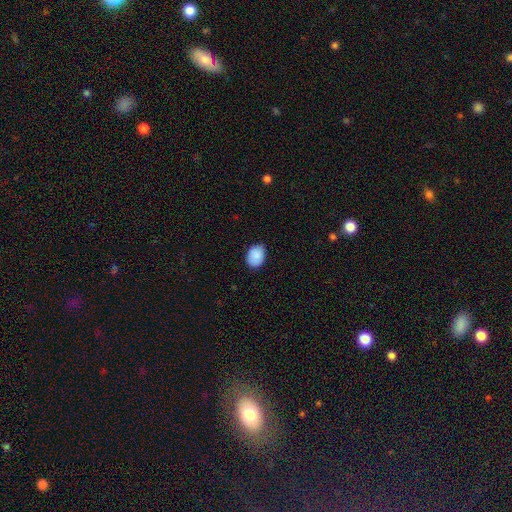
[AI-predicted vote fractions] smooth 88%, star or artifact 7%, featured or disk 4%. Down the decision tree: how rounded — in between (68%); merging — none (79%).